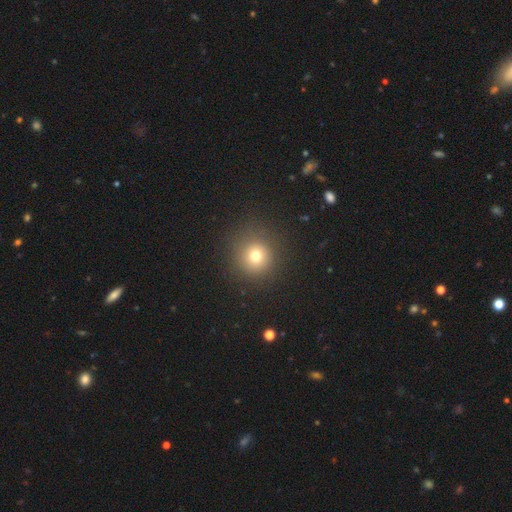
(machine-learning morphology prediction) The model was most divided on "smooth or featured": smooth: 73%, star or artifact: 18%, featured or disk: 10%. More confident: how rounded — round (91%); merging — none (87%).